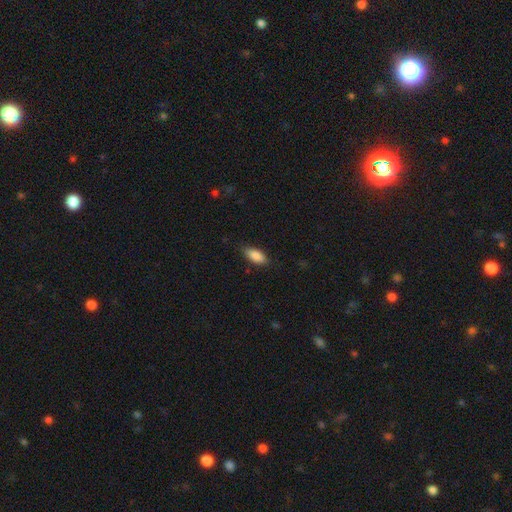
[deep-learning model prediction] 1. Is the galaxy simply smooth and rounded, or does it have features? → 88% smooth, 7% star or artifact, 6% featured or disk.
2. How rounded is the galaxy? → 86% in between, 12% cigar-shaped, 2% round.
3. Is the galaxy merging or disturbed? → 83% none, 14% minor disturbance, 3% major disturbance, 1% merger.